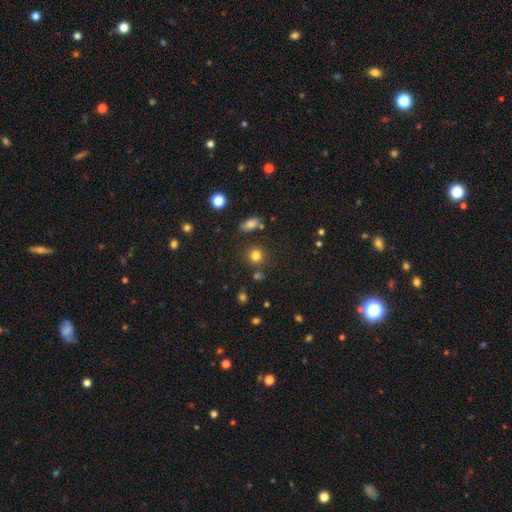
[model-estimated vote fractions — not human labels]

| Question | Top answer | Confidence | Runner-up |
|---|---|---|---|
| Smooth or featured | smooth | 79% | star or artifact (15%) |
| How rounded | round | 88% | in between (11%) |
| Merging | none | 80% | minor disturbance (9%) |